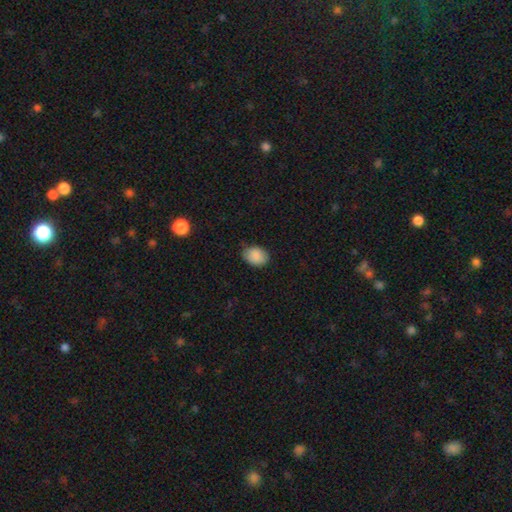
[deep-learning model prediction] Overall: smooth (88%). How rounded: in between (66%; round 33%). Merging: none (75%).